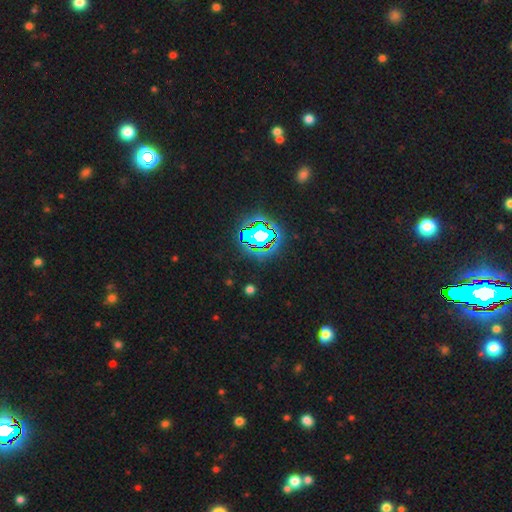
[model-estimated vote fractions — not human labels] Overall: star or artifact (83%).